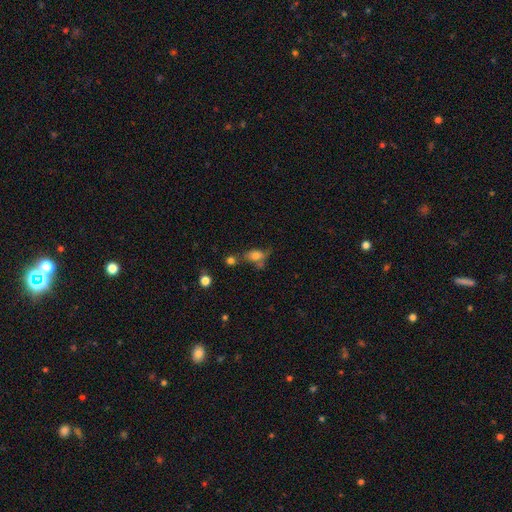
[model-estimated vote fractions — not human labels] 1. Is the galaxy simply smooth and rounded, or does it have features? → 71% smooth, 16% featured or disk, 13% star or artifact.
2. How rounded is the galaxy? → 80% in between, 15% round, 6% cigar-shaped.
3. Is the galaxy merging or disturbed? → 39% none, 24% minor disturbance, 21% merger, 16% major disturbance.